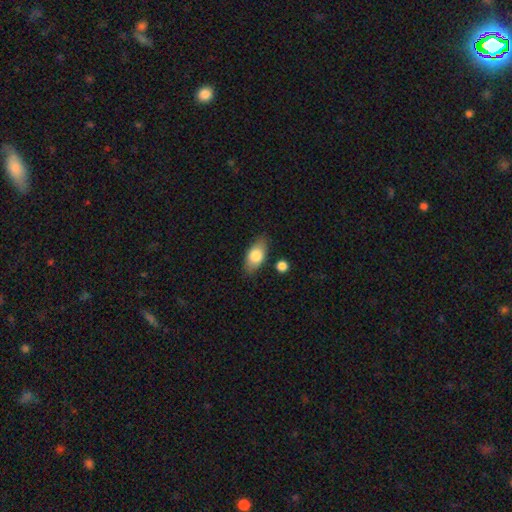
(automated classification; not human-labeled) A smooth galaxy with no disk features (76%) that is in between round and cigar-shaped (87%). Merging: none (80%).